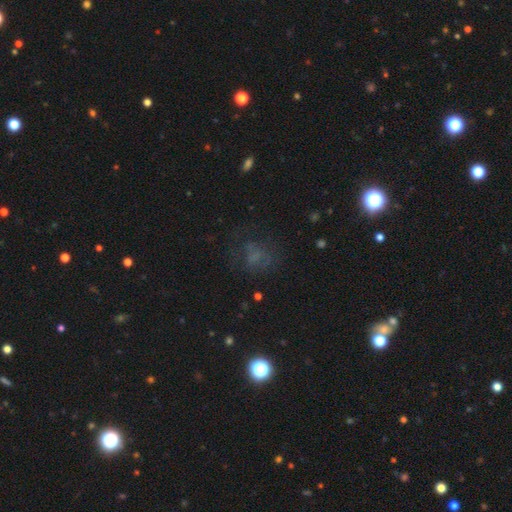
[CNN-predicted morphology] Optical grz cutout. It shows a smooth galaxy with no disk features (43%). Merging: none (57%).